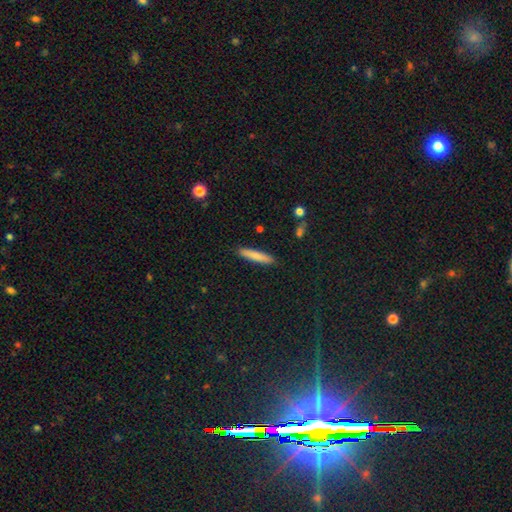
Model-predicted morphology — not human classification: smooth_or_featured: smooth (p=0.81) [alt: featured or disk p=0.13]
how_rounded: cigar-shaped (p=0.90) [alt: in between p=0.09]
merging: none (p=0.90) [alt: minor disturbance p=0.07]